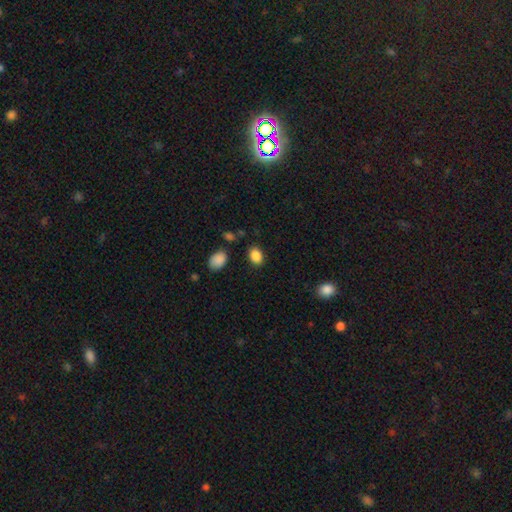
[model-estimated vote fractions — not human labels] Q: Smooth or featured?
A: smooth (88%); runner-up: star or artifact (9%)
Q: How rounded?
A: in between (74%); runner-up: round (25%)
Q: Merging?
A: none (83%); runner-up: minor disturbance (10%)